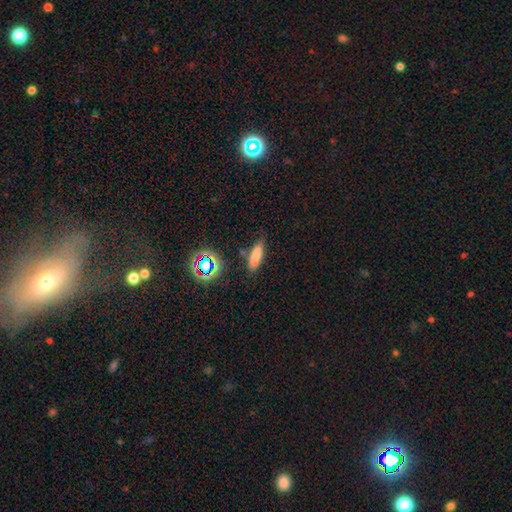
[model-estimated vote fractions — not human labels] Smooth or featured: smooth — 77% (star or artifact — 13%)
How rounded: cigar-shaped — 59% (in between — 37%)
Merging: none — 75% (minor disturbance — 16%)